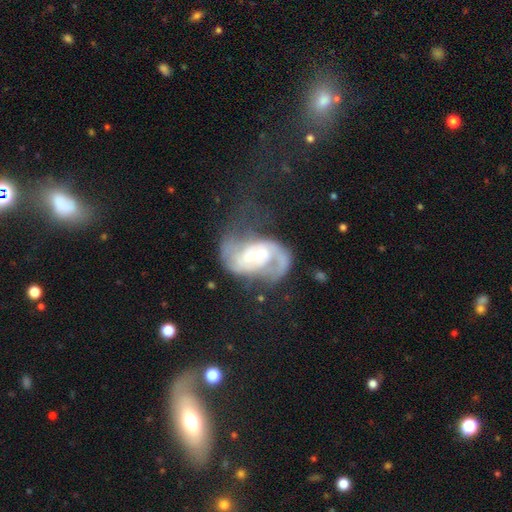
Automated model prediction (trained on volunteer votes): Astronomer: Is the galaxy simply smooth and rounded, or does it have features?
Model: featured or disk — 83%.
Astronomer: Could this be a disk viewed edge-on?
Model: no — 97%.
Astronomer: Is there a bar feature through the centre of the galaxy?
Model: weak — 54%.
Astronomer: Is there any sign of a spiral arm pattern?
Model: yes — 92%.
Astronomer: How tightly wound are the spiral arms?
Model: medium — 46% (runner-up: tight, 34%).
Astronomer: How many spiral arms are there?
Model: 2 — 65%.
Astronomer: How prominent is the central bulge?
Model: moderate — 44% (runner-up: small, 40%).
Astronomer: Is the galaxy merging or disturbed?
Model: none — 38% (runner-up: major disturbance, 37%).